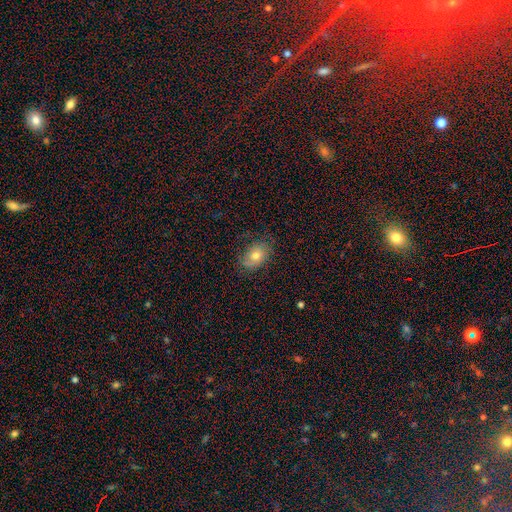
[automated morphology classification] smooth 65%, featured or disk 23%, star or artifact 11%. Down the decision tree: how rounded — in between (80%); merging — none (73%).